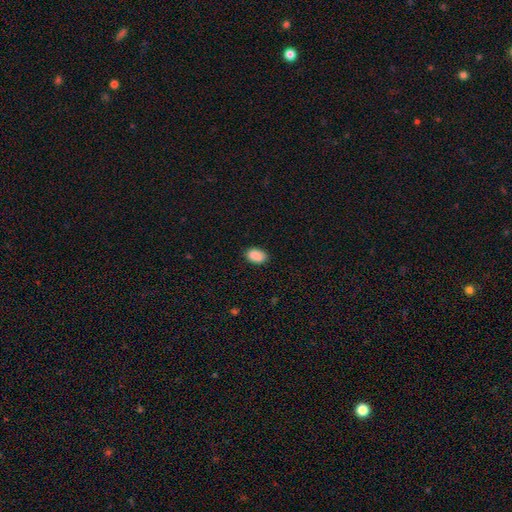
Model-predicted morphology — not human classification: Smooth or featured?
  - smooth: 90% *
  - star or artifact: 7%
  - featured or disk: 3%
How rounded?
  - in between: 91% *
  - round: 8%
  - cigar-shaped: 1%
Merging?
  - none: 87% *
  - minor disturbance: 10%
  - major disturbance: 2%
  - merger: 1%